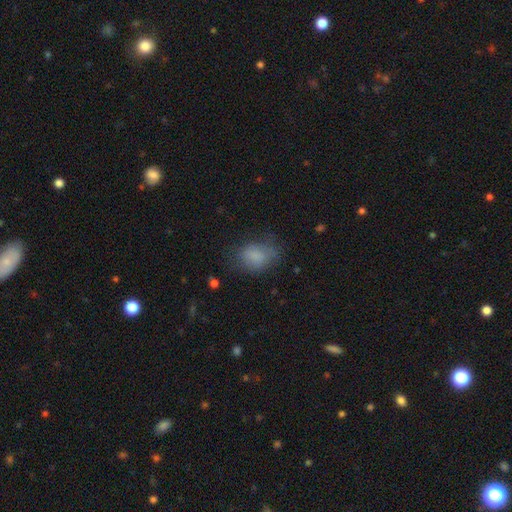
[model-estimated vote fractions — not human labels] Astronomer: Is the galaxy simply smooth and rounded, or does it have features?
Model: smooth — 79%.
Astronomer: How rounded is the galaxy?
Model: in between — 66%.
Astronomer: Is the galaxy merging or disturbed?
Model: none — 59%.